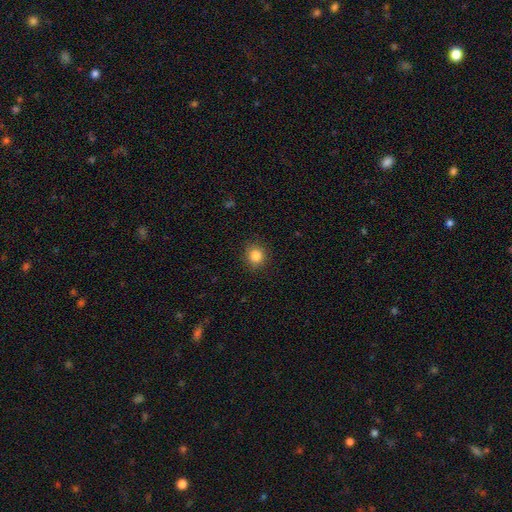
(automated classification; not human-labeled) This appears to be a smooth galaxy with no disk features (84%) that is round (85%). Merging: none (88%).